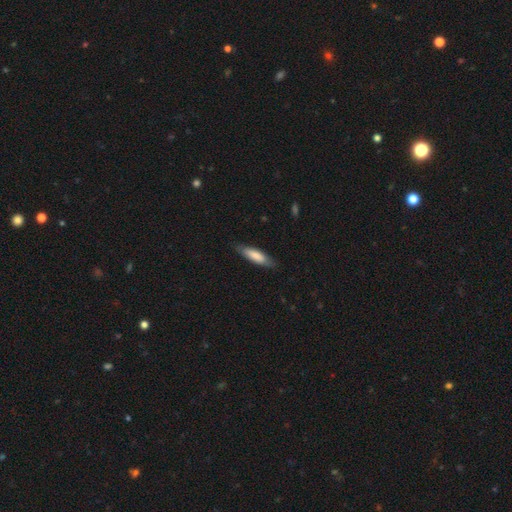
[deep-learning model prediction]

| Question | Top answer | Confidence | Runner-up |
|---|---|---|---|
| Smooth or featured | smooth | 77% | featured or disk (18%) |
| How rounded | cigar-shaped | 61% | in between (37%) |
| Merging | none | 81% | minor disturbance (15%) |